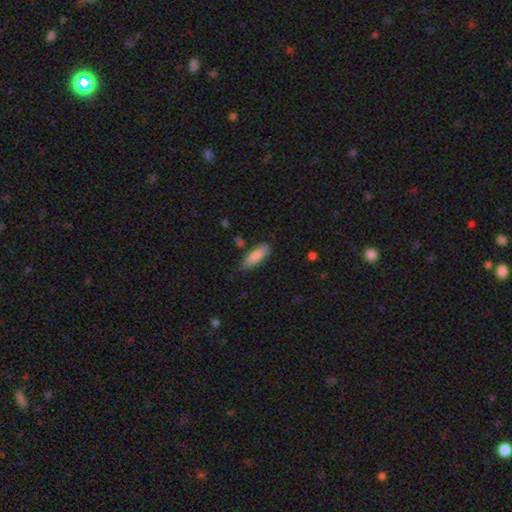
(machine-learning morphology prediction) Smooth or featured? Predicted: smooth (p=0.81). How rounded? Predicted: in between (p=0.57). Merging? Predicted: none (p=0.79).